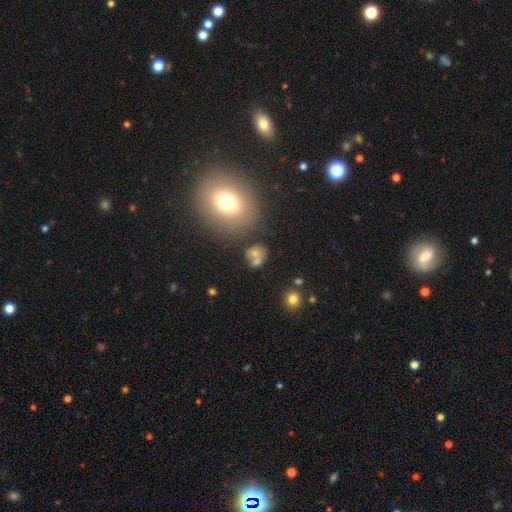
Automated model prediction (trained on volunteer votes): Overall: smooth (65%). How rounded: round (66%; in between 33%). Merging: none (49%; merger 27%).